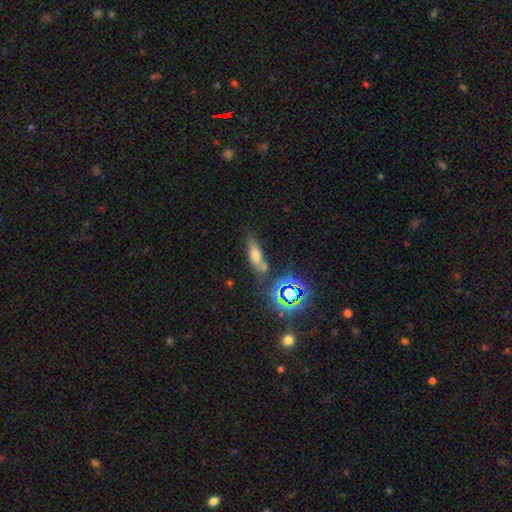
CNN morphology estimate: smooth 57%, star or artifact 25%, featured or disk 18%. Down the decision tree: how rounded — in between (57%); merging — none (57%).